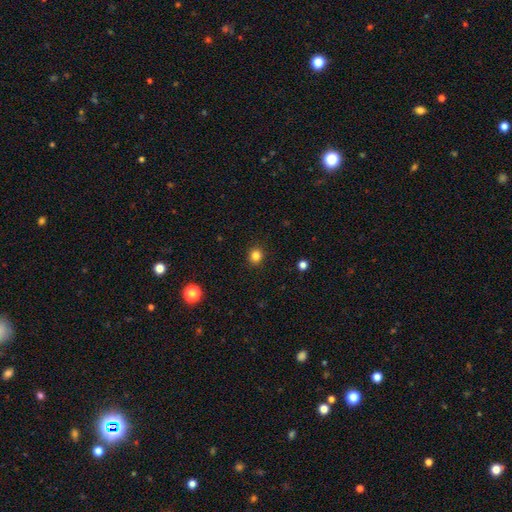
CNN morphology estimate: type=smooth (83%); roundness=round (86%); merging=none (91%).